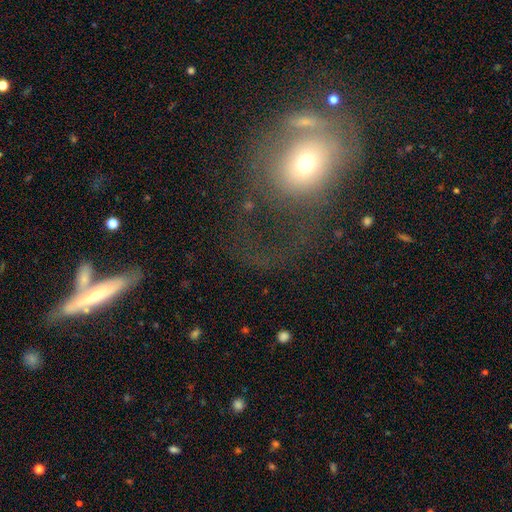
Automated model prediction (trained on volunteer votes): Q: Smooth or featured?
A: smooth (44%); runner-up: featured or disk (40%)
Q: Merging?
A: major disturbance (40%); runner-up: none (34%)